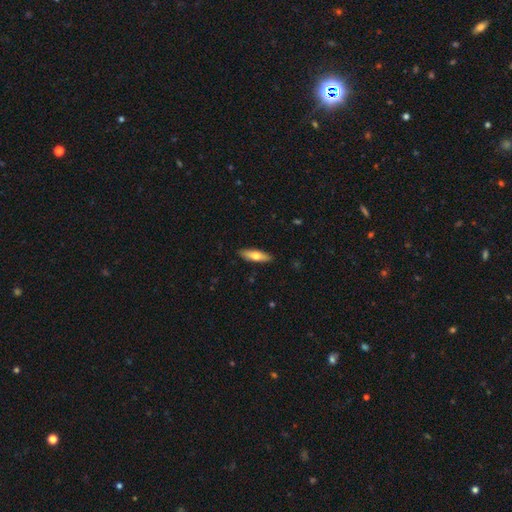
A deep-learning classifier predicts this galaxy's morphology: Smooth or featured?
  - smooth: 66% *
  - featured or disk: 28%
  - star or artifact: 6%
How rounded?
  - cigar-shaped: 57% *
  - in between: 41%
  - round: 2%
Merging?
  - none: 89% *
  - minor disturbance: 8%
  - major disturbance: 2%
  - merger: 1%